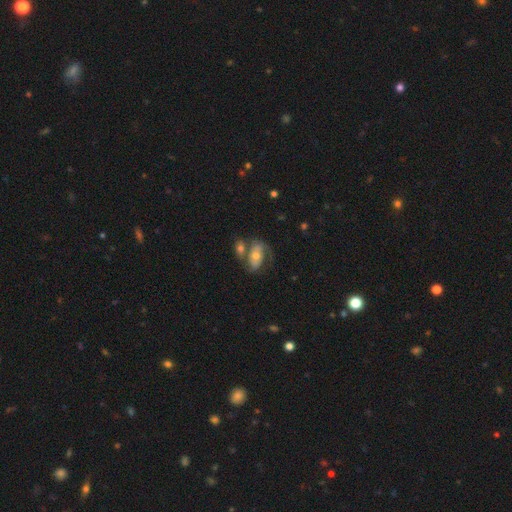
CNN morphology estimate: Smooth or featured?
  - featured or disk: 59% *
  - smooth: 34%
  - star or artifact: 7%
Edge-on disk?
  - no: 95% *
  - yes: 5%
Bar?
  - no: 65% *
  - weak: 24%
  - strong: 11%
Spiral arms?
  - yes: 70% *
  - no: 30%
Bulge size?
  - moderate: 62% *
  - small: 27%
  - large: 7%
  - none: 2%
  - dominant: 1%
Merging?
  - merger: 36% *
  - none: 33%
  - major disturbance: 15%
  - minor disturbance: 15%